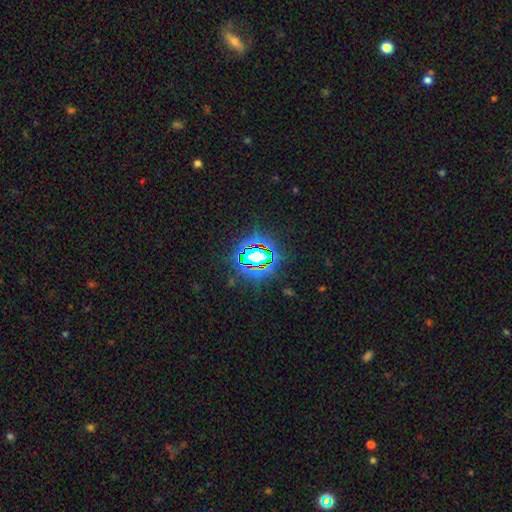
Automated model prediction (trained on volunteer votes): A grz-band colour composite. It shows a star or artifact, not a galaxy (79%).